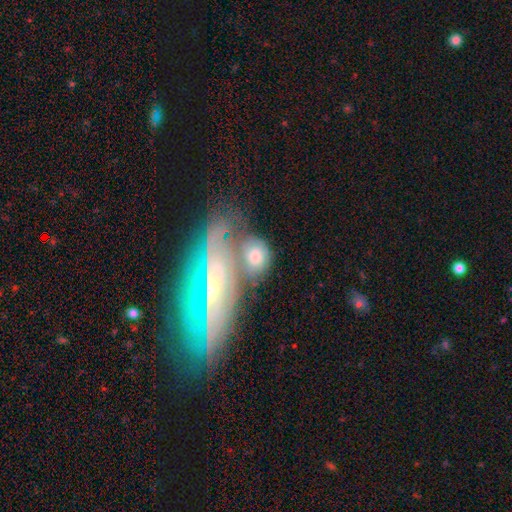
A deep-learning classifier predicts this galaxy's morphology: Smooth or featured? Predicted: smooth (p=0.53). How rounded? Predicted: round (p=0.54). Merging? Predicted: merger (p=0.44).